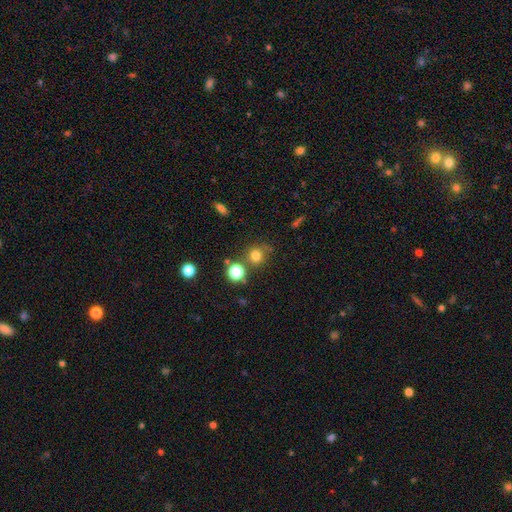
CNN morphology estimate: smooth 75%, star or artifact 17%, featured or disk 7%. Down the decision tree: how rounded — round (90%); merging — none (73%).